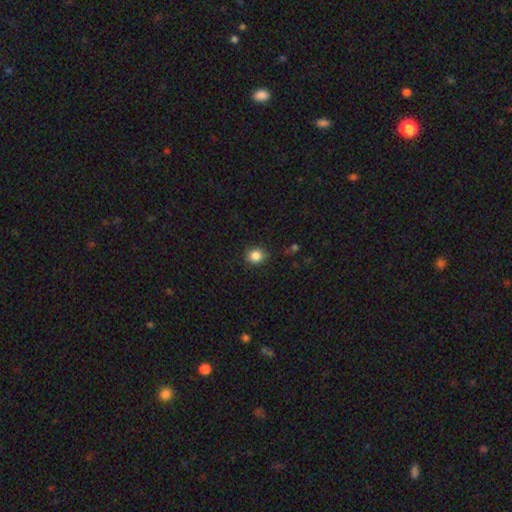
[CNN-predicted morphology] Smooth or featured?
  - smooth: 85% *
  - star or artifact: 11%
  - featured or disk: 4%
How rounded?
  - round: 80% *
  - in between: 19%
  - cigar-shaped: 1%
Merging?
  - none: 86% *
  - minor disturbance: 10%
  - major disturbance: 3%
  - merger: 1%